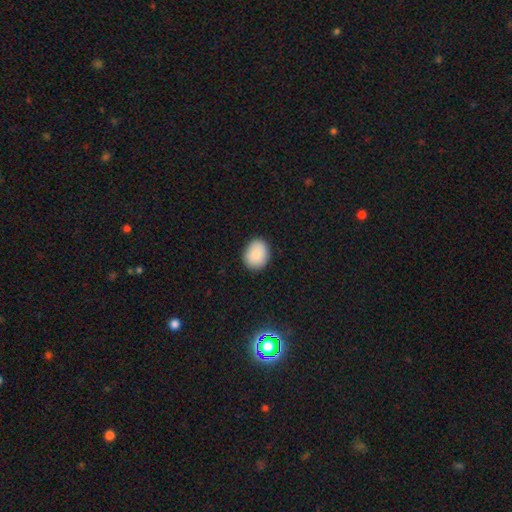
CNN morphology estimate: This appears to be a smooth galaxy with no disk features (87%) that is round (56%). Merging: none (87%).